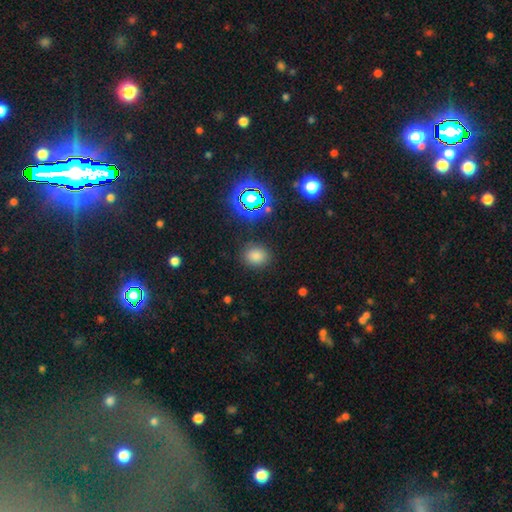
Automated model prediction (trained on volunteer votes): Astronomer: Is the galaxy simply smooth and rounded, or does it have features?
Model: smooth — 75%.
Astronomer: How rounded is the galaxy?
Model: round — 60% (runner-up: in between, 39%).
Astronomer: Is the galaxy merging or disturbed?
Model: none — 85%.